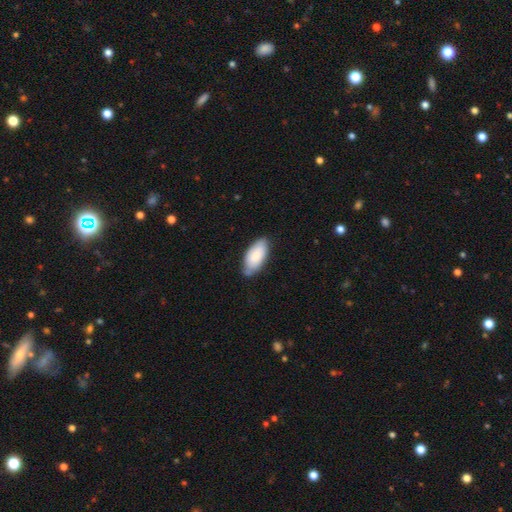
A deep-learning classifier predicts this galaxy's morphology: Smooth or featured? smooth (84%)
How rounded? in between (92%)
Merging? none (70%)